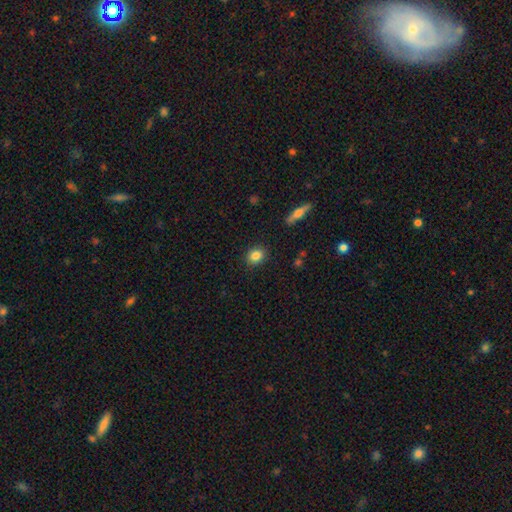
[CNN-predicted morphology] Smooth or featured? smooth (84%)
How rounded? round (65%)
Merging? none (89%)